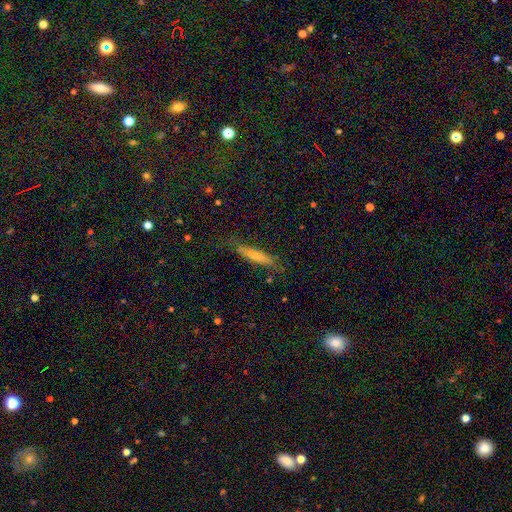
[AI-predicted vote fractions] A smooth galaxy with no disk features (62%) that is cigar-shaped (83%).

Vote fractions:
- Smooth or featured? smooth: 62% / featured or disk: 31% / star or artifact: 7%
- How rounded? cigar-shaped: 83% / in between: 15% / round: 2%
- Merging? none: 72% / minor disturbance: 20% / major disturbance: 5% / merger: 2%